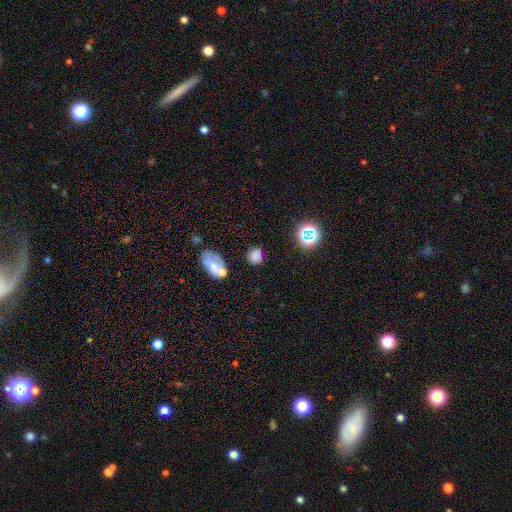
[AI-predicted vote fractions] smooth_or_featured: smooth (p=0.73) [alt: star or artifact p=0.18]
how_rounded: round (p=0.76) [alt: in between p=0.22]
merging: none (p=0.71) [alt: minor disturbance p=0.15]